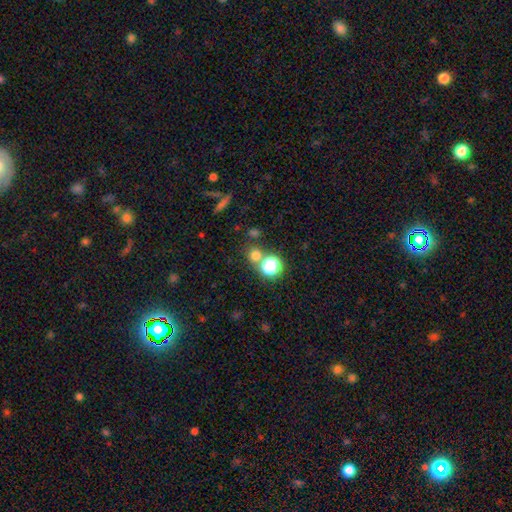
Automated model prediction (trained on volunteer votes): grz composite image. It shows a smooth galaxy with no disk features (69%) that is round (88%). Merging: none (69%).